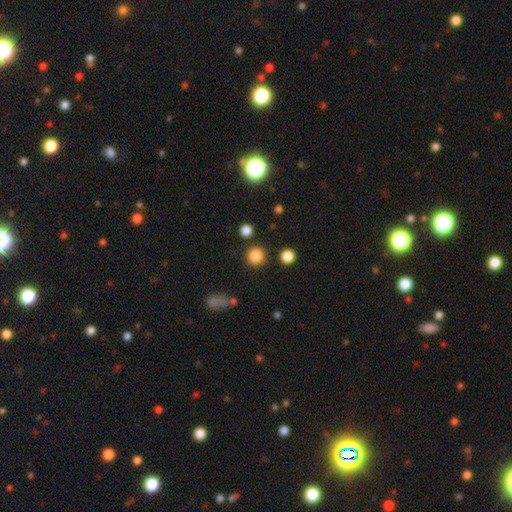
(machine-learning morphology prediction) Overall: smooth (85%). How rounded: round (94%). Merging: none (86%).